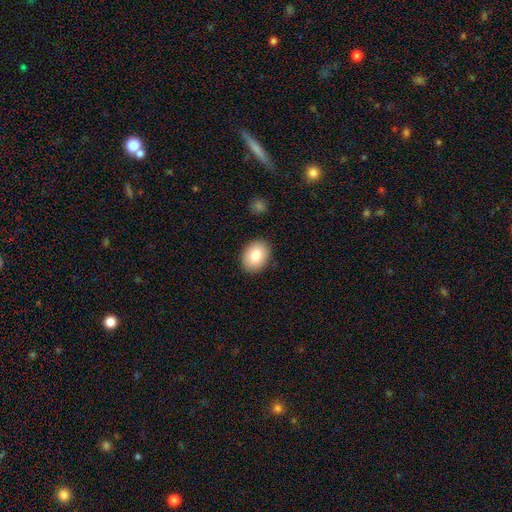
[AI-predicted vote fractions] Smooth or featured?
  - smooth: 82% *
  - featured or disk: 11%
  - star or artifact: 7%
How rounded?
  - in between: 69% *
  - round: 31%
  - cigar-shaped: 1%
Merging?
  - none: 88% *
  - minor disturbance: 8%
  - major disturbance: 2%
  - merger: 1%